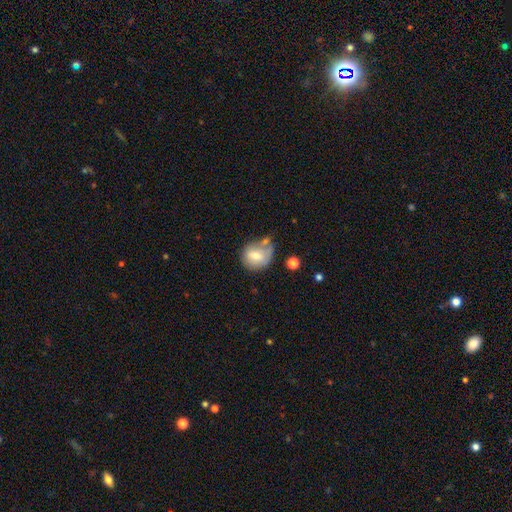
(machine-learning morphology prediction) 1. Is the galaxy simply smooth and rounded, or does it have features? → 67% smooth, 25% featured or disk, 8% star or artifact.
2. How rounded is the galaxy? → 71% round, 28% in between, 1% cigar-shaped.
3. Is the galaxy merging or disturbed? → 47% none, 26% minor disturbance, 17% merger, 10% major disturbance.